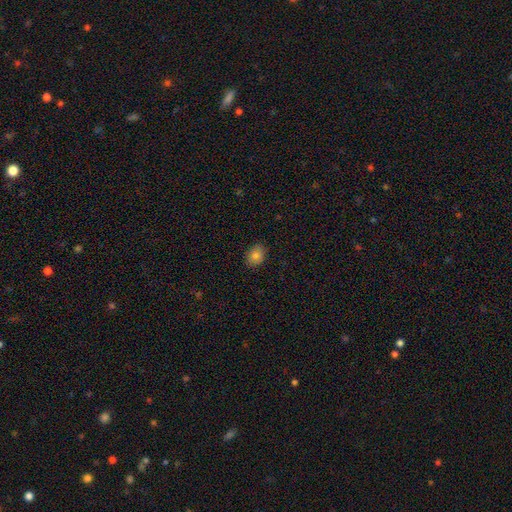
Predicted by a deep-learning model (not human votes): A smooth galaxy with no disk features (82%) that is in between round and cigar-shaped (64%). Merging: none (87%).